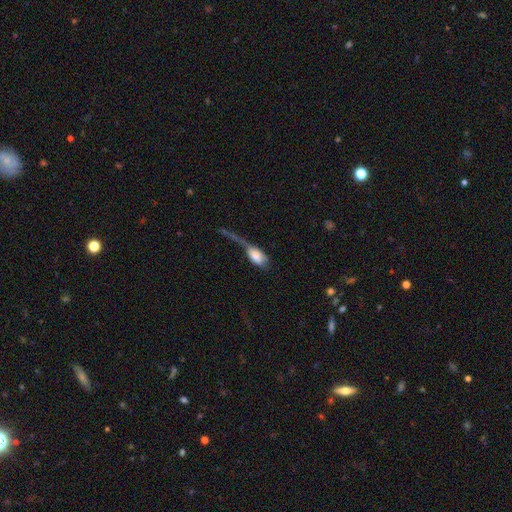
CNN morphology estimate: Smooth or featured? Predicted: smooth (p=0.67). How rounded? Predicted: in between (p=0.86). Merging? Predicted: major disturbance (p=0.54).